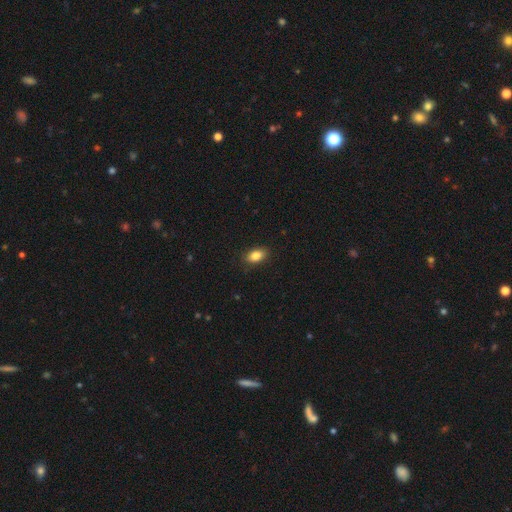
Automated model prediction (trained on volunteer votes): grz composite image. It shows a smooth galaxy with no disk features (86%) that is in between round and cigar-shaped (88%). Merging: none (87%).